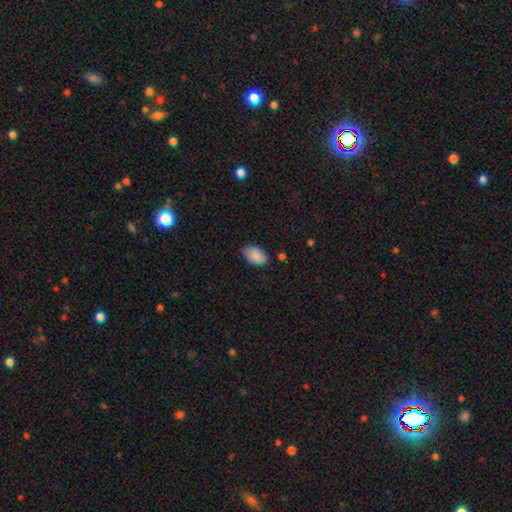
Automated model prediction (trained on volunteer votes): A smooth galaxy with no disk features (88%) that is in between round and cigar-shaped (93%).

Vote fractions:
- Smooth or featured? smooth: 88% / star or artifact: 7% / featured or disk: 5%
- How rounded? in between: 93% / round: 6% / cigar-shaped: 1%
- Merging? none: 71% / minor disturbance: 23% / major disturbance: 3% / merger: 2%